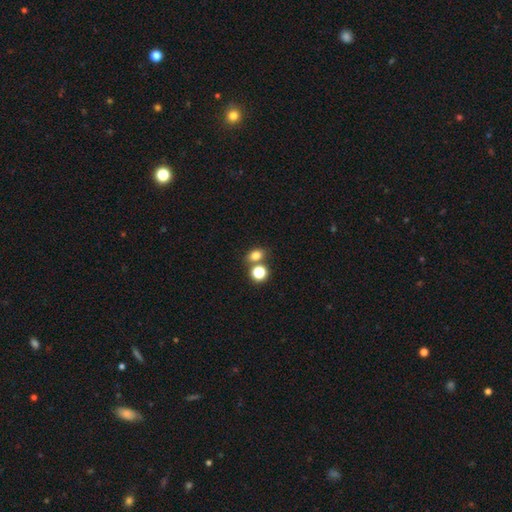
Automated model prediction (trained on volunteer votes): Smooth or featured? smooth (77%)
How rounded? in between (52%)
Merging? none (61%)